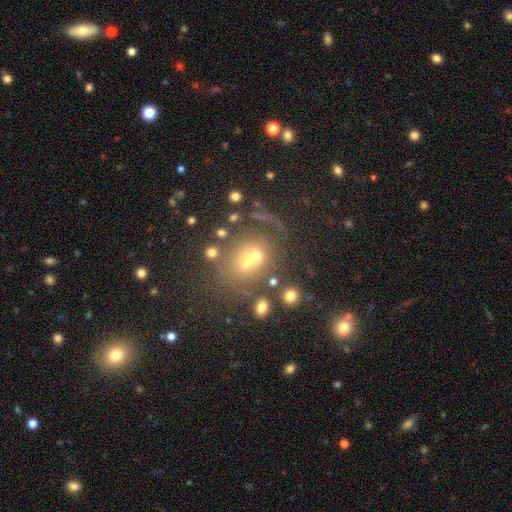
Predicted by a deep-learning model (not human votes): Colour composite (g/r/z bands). It shows a smooth galaxy with no disk features (48%). Merging: none (41%).